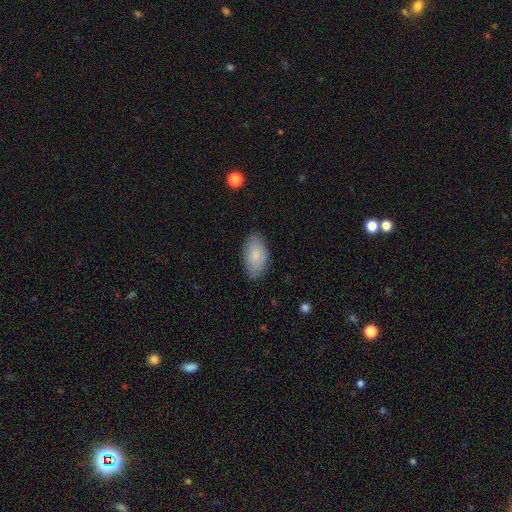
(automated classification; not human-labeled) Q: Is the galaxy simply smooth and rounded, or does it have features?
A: smooth — 84%.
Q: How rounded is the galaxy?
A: in between — 94%.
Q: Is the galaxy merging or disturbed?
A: none — 84%.